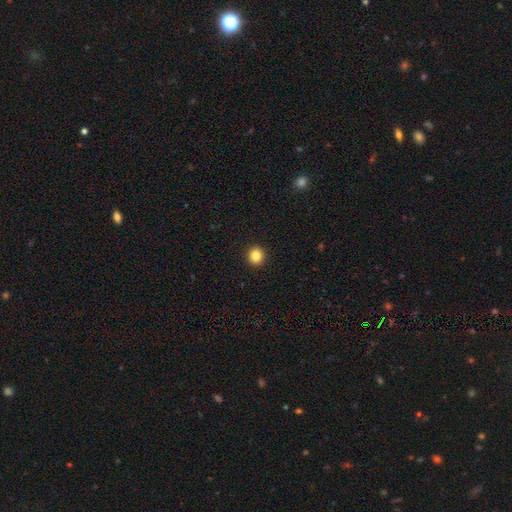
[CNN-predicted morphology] smooth 86%, star or artifact 10%, featured or disk 4%. Down the decision tree: how rounded — round (88%); merging — none (93%).